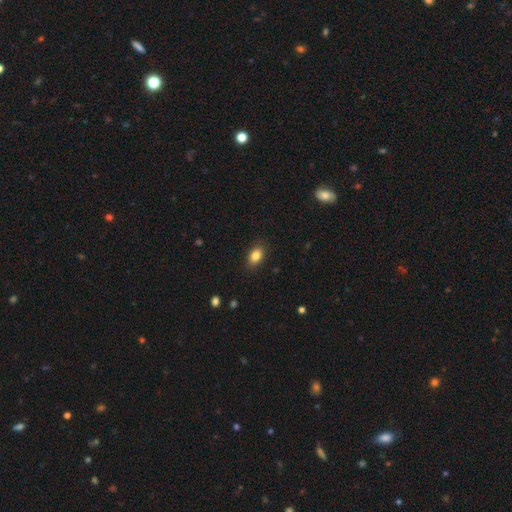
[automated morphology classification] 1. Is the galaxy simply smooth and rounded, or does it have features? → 85% smooth, 9% star or artifact, 6% featured or disk.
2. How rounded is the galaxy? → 83% in between, 16% round, 2% cigar-shaped.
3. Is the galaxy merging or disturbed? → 86% none, 10% minor disturbance, 3% major disturbance, 1% merger.